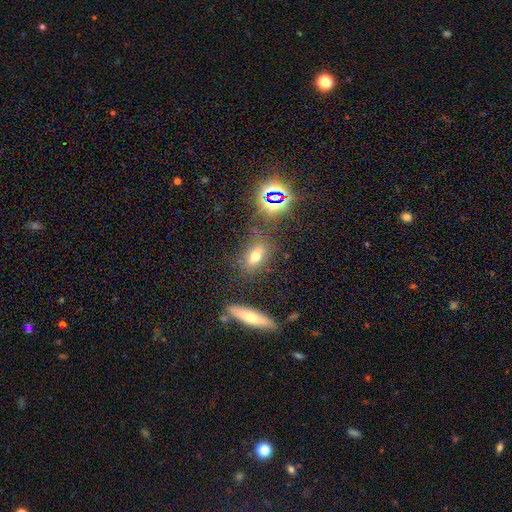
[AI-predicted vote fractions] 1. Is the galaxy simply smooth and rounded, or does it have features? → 61% smooth, 23% star or artifact, 15% featured or disk.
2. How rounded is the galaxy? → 74% in between, 19% round, 8% cigar-shaped.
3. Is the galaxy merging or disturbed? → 77% none, 12% minor disturbance, 6% merger, 5% major disturbance.